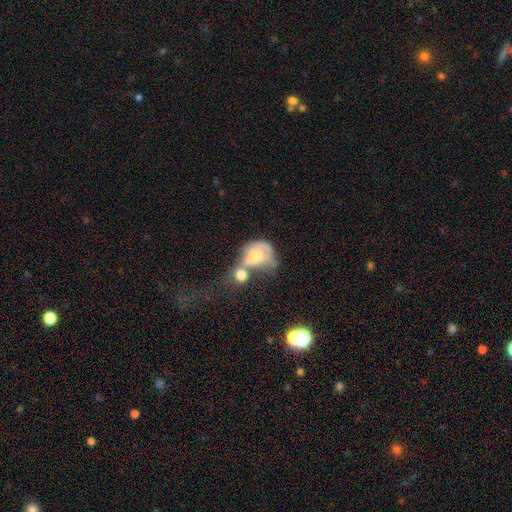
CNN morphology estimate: Smooth or featured? smooth (58%)
How rounded? in between (53%)
Merging? merger (60%)